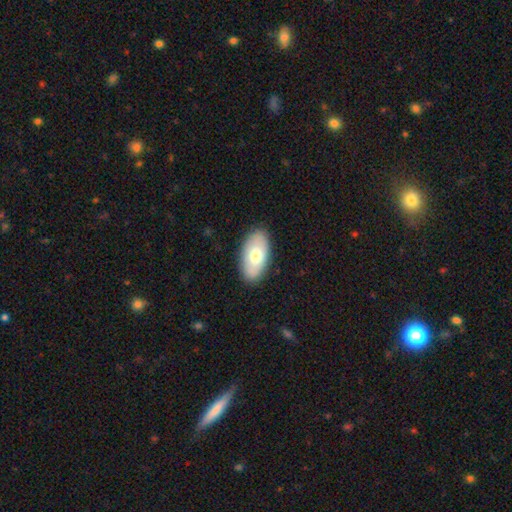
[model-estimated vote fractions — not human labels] Morphology: type=smooth (63%); roundness=in between (94%); merging=none (87%).